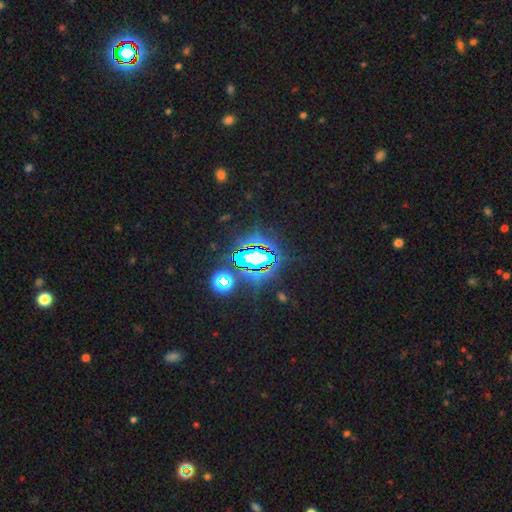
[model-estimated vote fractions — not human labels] Smooth or featured? star or artifact (75%)